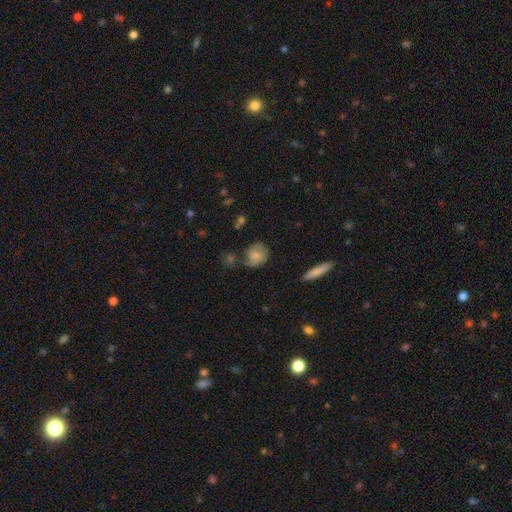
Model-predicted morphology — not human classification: Overall: smooth (70%). How rounded: round (62%; in between 36%). Merging: none (54%; minor disturbance 27%).